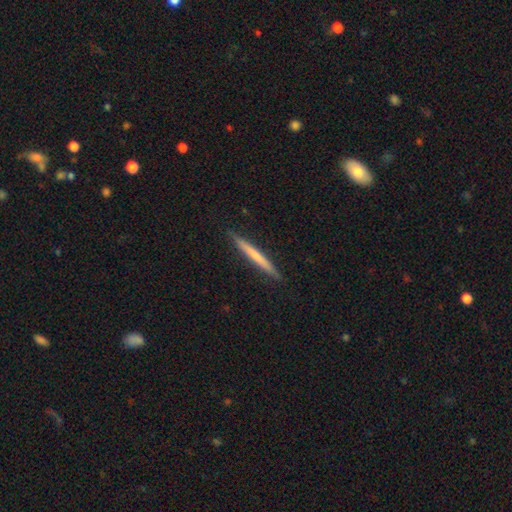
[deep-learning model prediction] A smooth galaxy with no disk features (56%) that is cigar-shaped (97%). Merging: none (91%).